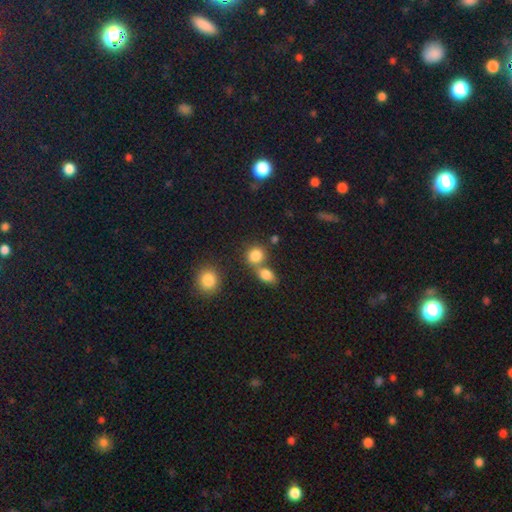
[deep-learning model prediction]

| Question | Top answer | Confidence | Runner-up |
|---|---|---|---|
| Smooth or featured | smooth | 82% | star or artifact (11%) |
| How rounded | round | 71% | in between (28%) |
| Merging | none | 49% | merger (38%) |